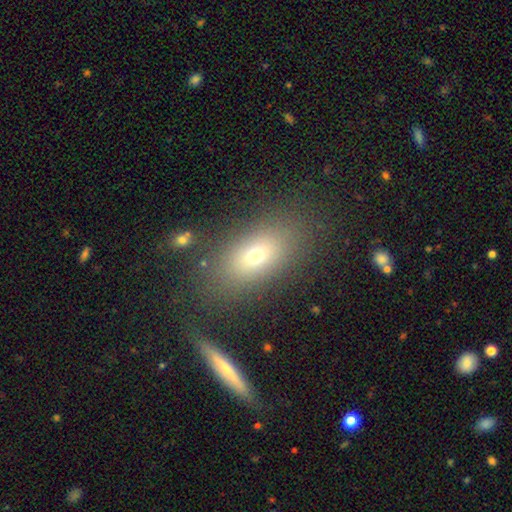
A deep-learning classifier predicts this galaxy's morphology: A smooth galaxy with no disk features (65%) that is in between round and cigar-shaped (77%). Merging: none (79%).